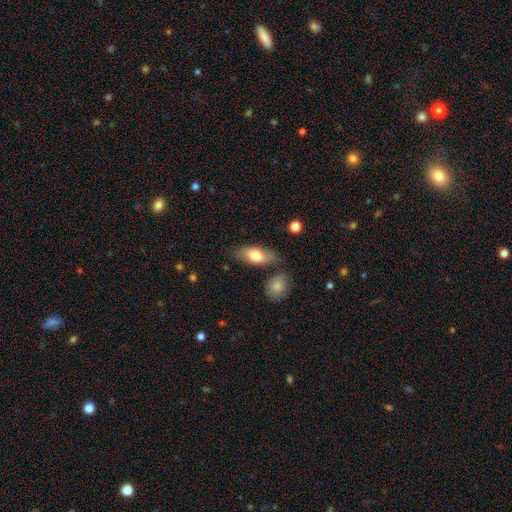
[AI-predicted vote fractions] Smooth or featured? smooth (75%)
How rounded? in between (85%)
Merging? none (73%)